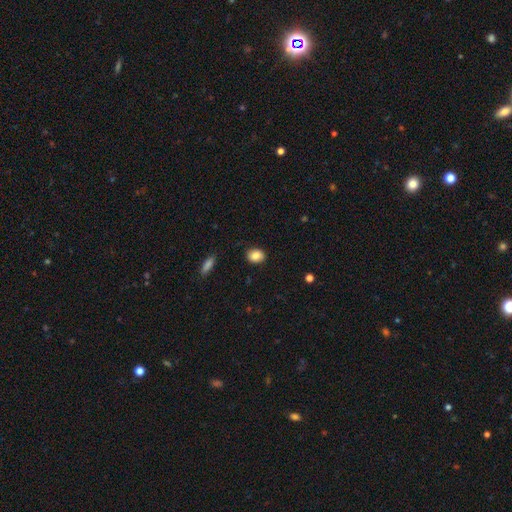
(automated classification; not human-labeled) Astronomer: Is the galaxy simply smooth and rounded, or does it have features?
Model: smooth — 86%.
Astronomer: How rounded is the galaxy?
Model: in between — 51% (runner-up: round, 48%).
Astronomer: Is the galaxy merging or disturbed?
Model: none — 87%.